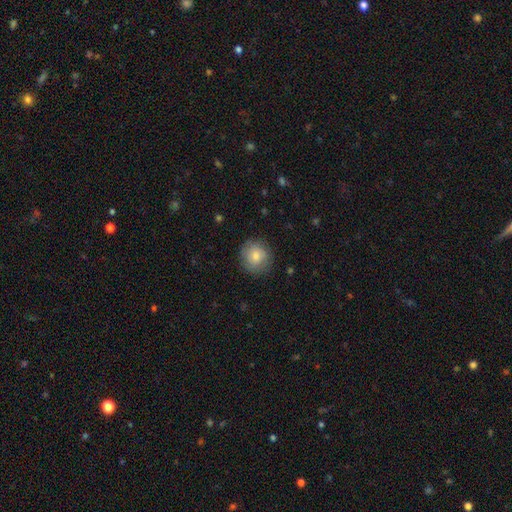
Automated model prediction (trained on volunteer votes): Smooth or featured? smooth (79%)
How rounded? round (90%)
Merging? none (83%)